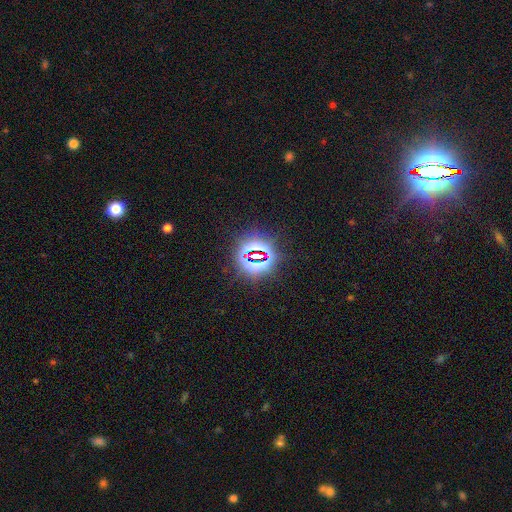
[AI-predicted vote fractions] This appears to be a star or artifact, not a galaxy (81%).